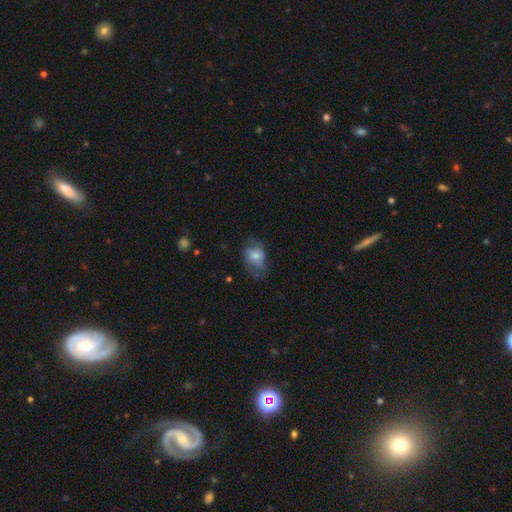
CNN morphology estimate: smooth_or_featured: smooth (p=0.66) [alt: featured or disk p=0.26]
how_rounded: in between (p=0.75) [alt: round p=0.24]
merging: none (p=0.44) [alt: minor disturbance p=0.32]